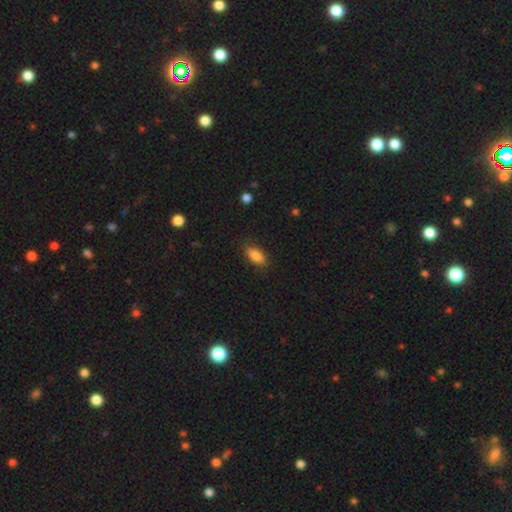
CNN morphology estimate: smooth_or_featured: smooth (p=0.87) [alt: star or artifact p=0.08]
how_rounded: in between (p=0.86) [alt: cigar-shaped p=0.10]
merging: none (p=0.84) [alt: minor disturbance p=0.12]